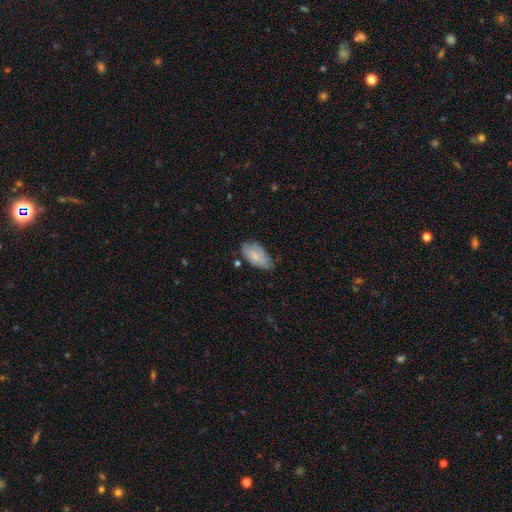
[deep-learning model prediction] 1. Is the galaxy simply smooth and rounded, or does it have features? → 73% smooth, 20% featured or disk, 6% star or artifact.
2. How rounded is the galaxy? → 93% in between, 3% cigar-shaped, 3% round.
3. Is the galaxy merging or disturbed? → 55% none, 35% minor disturbance, 7% major disturbance, 3% merger.